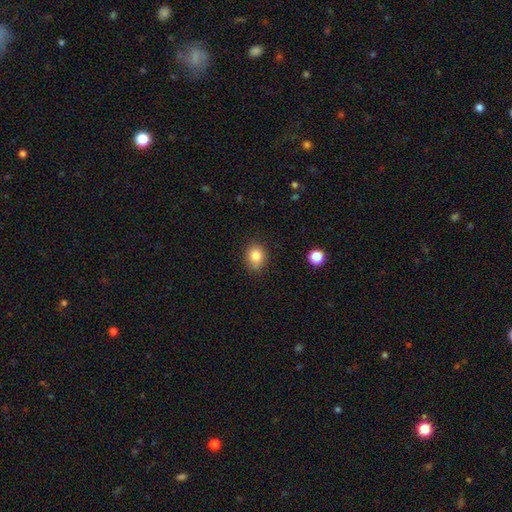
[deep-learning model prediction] Smooth or featured: smooth — 83% (star or artifact — 10%)
How rounded: round — 59% (in between — 40%)
Merging: none — 82% (minor disturbance — 14%)